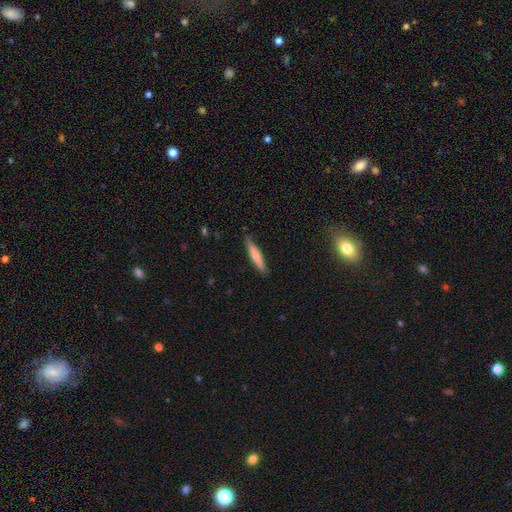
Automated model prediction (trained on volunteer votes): Smooth or featured?
  - smooth: 66% *
  - featured or disk: 28%
  - star or artifact: 6%
How rounded?
  - cigar-shaped: 91% *
  - in between: 8%
  - round: 1%
Merging?
  - none: 84% *
  - minor disturbance: 13%
  - major disturbance: 2%
  - merger: 1%